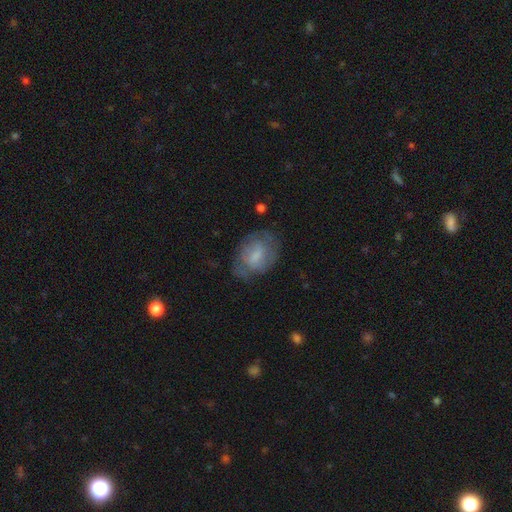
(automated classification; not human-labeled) This is possibly a smooth galaxy (52%). How rounded: likely in between (74%). Merging: possibly none (58%).